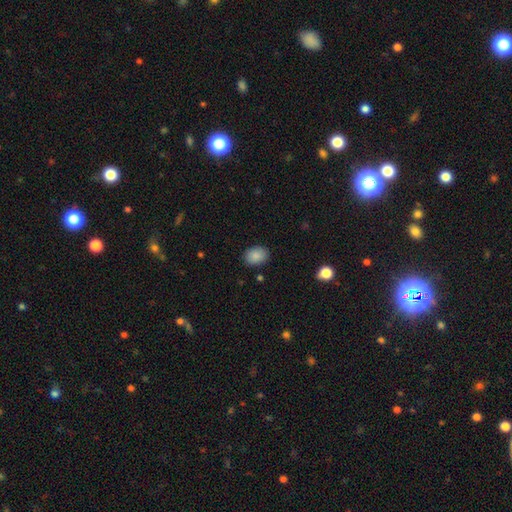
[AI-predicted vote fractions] This is clearly a smooth galaxy (88%). How rounded: likely in between (66%). Merging: clearly none (86%).